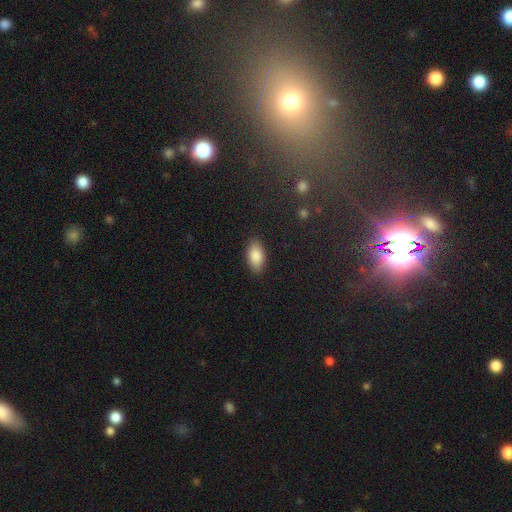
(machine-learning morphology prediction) Smooth or featured?
  - smooth: 87% *
  - star or artifact: 7%
  - featured or disk: 6%
How rounded?
  - in between: 93% *
  - cigar-shaped: 4%
  - round: 3%
Merging?
  - none: 87% *
  - minor disturbance: 10%
  - major disturbance: 2%
  - merger: 1%